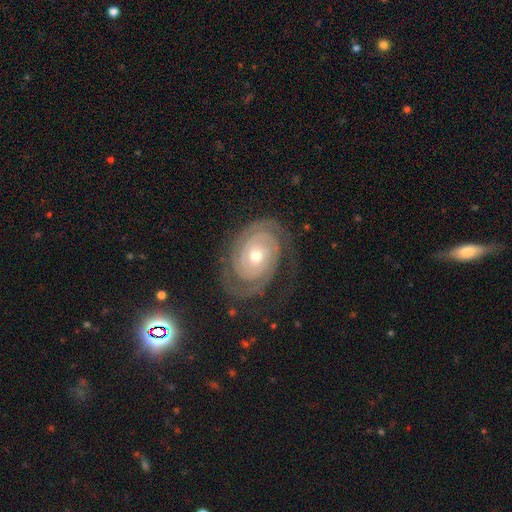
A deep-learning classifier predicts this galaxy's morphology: A featured or disk galaxy (91%) with no bar (77%), 2 (75%) tight (83%) spiral arms (98%) and a moderate central bulge (57%).

Vote fractions:
- Smooth or featured? featured or disk: 91% / star or artifact: 5% / smooth: 5%
- Edge-on disk? no: 97% / yes: 3%
- Bar? no: 77% / weak: 15% / strong: 7%
- Spiral arms? yes: 98% / no: 2%
- Spiral winding? tight: 83% / medium: 14% / loose: 3%
- Spiral arm count? 2: 75% / can't tell: 8% / 3: 8% / 1: 3% / 4: 3% / more than 4: 3%
- Bulge size? moderate: 57% / small: 39% / large: 2% / dominant: 1% / none: 1%
- Merging? none: 77% / minor disturbance: 14% / major disturbance: 8% / merger: 1%